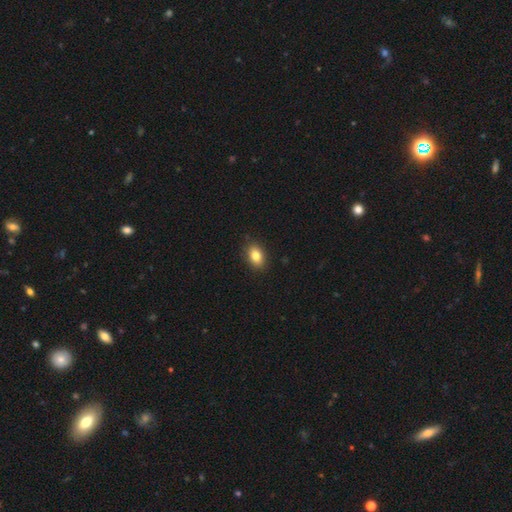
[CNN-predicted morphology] A smooth galaxy with no disk features (83%) that is in between round and cigar-shaped (83%).

Vote fractions:
- Smooth or featured? smooth: 83% / star or artifact: 9% / featured or disk: 8%
- How rounded? in between: 83% / round: 16% / cigar-shaped: 2%
- Merging? none: 88% / minor disturbance: 9% / major disturbance: 2% / merger: 1%